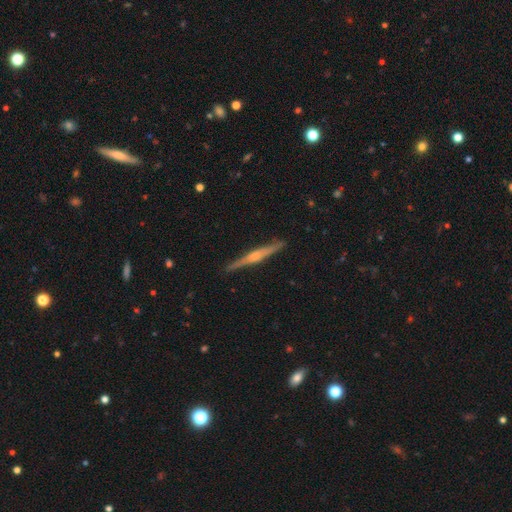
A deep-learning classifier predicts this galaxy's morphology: This appears to be a featured or disk galaxy (73%) viewed edge-on (98%) with a rounded central bulge (63%). Merging: none (90%).